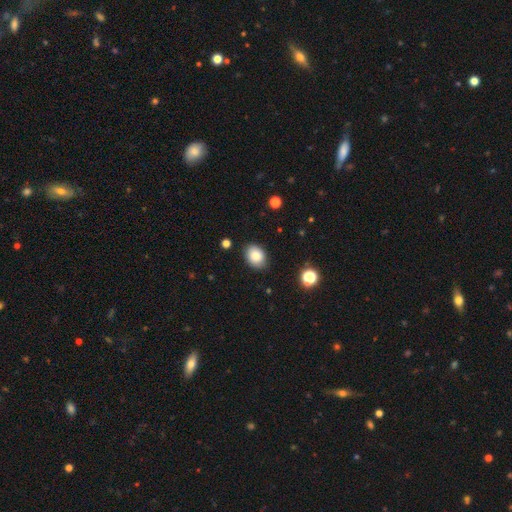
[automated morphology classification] smooth_or_featured: smooth (p=0.84) [alt: star or artifact p=0.09]
how_rounded: in between (p=0.67) [alt: round p=0.33]
merging: none (p=0.84) [alt: minor disturbance p=0.12]